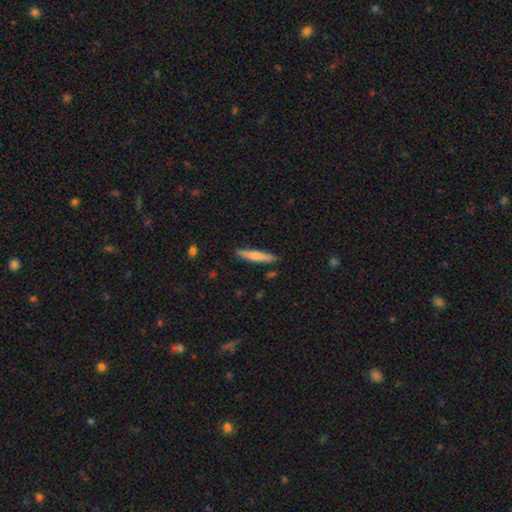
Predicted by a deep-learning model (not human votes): The model was most divided on "smooth or featured": smooth: 68%, featured or disk: 27%, star or artifact: 5%. More confident: how rounded — cigar-shaped (91%); merging — none (88%).